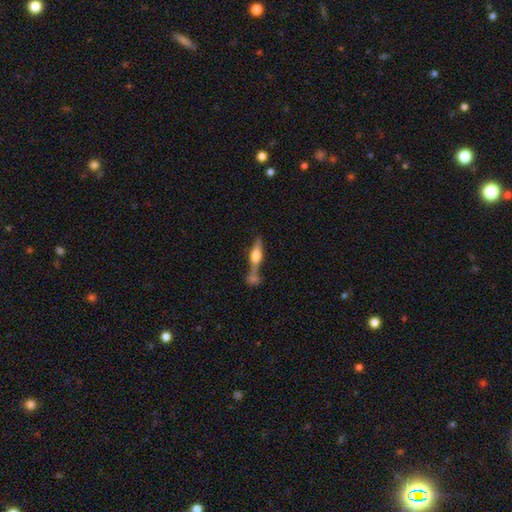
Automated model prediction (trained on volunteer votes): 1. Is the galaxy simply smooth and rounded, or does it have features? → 61% featured or disk, 32% smooth, 7% star or artifact.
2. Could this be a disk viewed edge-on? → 93% yes, 7% no.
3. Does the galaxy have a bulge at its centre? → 92% rounded, 6% boxy, 2% none.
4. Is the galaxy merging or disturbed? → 54% none, 29% merger, 12% minor disturbance, 5% major disturbance.